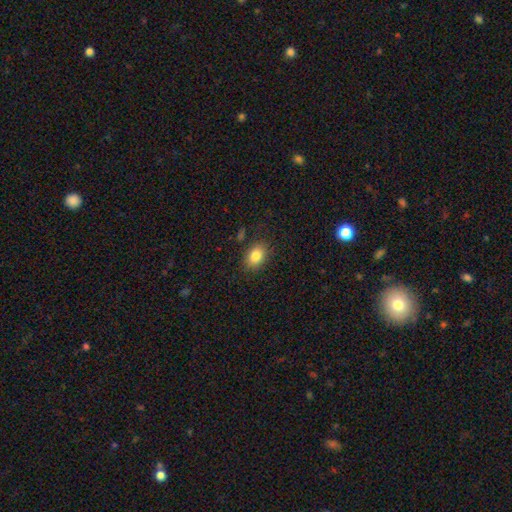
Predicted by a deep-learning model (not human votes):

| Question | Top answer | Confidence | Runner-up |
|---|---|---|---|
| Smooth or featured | smooth | 83% | star or artifact (9%) |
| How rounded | in between | 76% | round (23%) |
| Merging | none | 84% | minor disturbance (11%) |